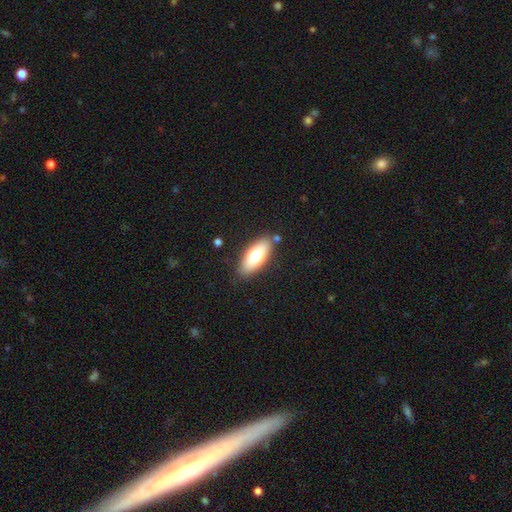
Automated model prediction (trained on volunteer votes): Q: Smooth or featured?
A: smooth (69%); runner-up: featured or disk (25%)
Q: How rounded?
A: in between (76%); runner-up: cigar-shaped (22%)
Q: Merging?
A: none (83%); runner-up: minor disturbance (11%)